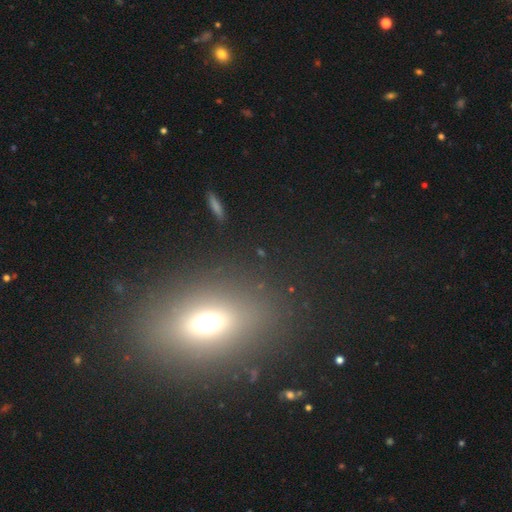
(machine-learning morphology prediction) type=smooth (55%); roundness=in between (72%); merging=none (88%).